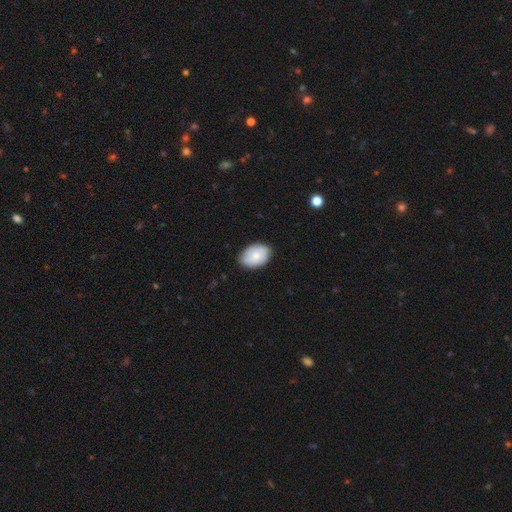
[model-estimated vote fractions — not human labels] Morphology: type=smooth (74%); roundness=in between (84%); merging=none (81%).